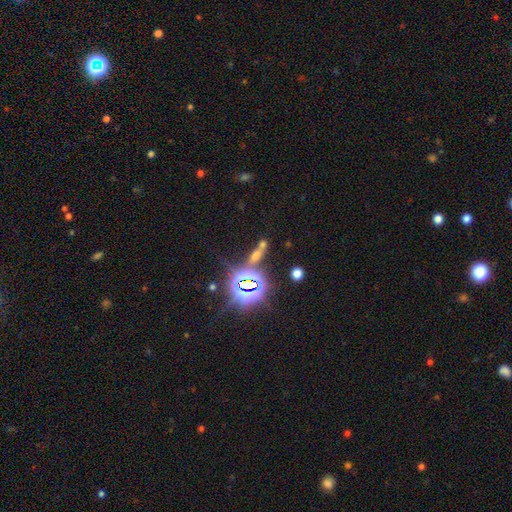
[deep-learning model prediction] Q: Smooth or featured?
A: star or artifact (46%); runner-up: smooth (36%)